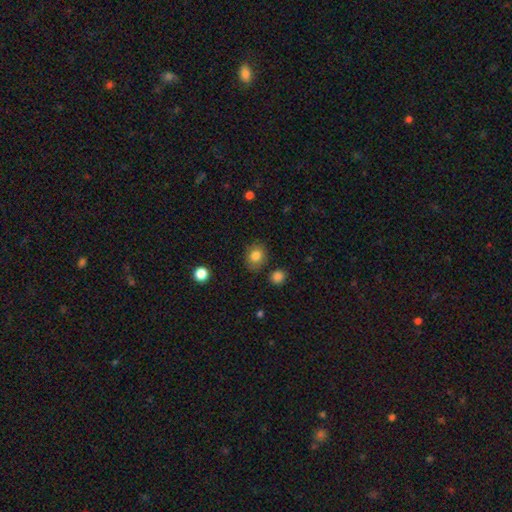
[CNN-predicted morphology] Smooth or featured: smooth — 83% (star or artifact — 10%)
How rounded: round — 55% (in between — 45%)
Merging: none — 79% (minor disturbance — 14%)